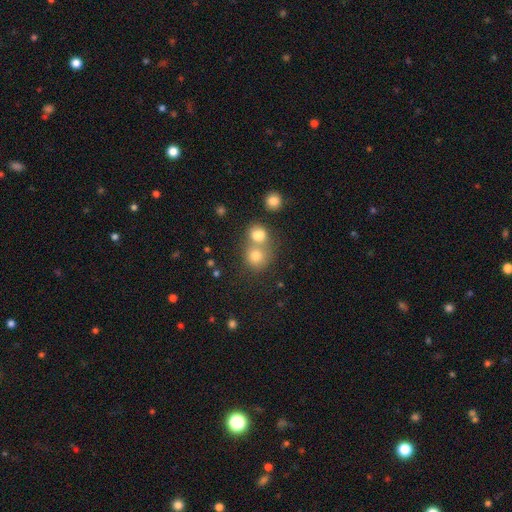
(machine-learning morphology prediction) smooth 77%, star or artifact 13%, featured or disk 10%. Down the decision tree: how rounded — round (81%); merging — merger (48%).